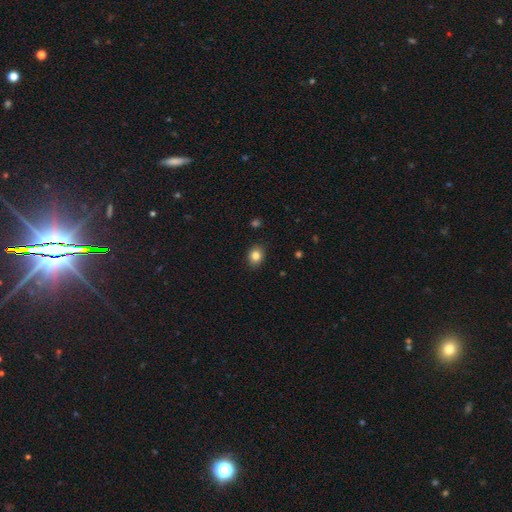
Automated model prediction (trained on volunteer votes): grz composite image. It shows a smooth galaxy with no disk features (83%) that is round (55%). Merging: none (88%).